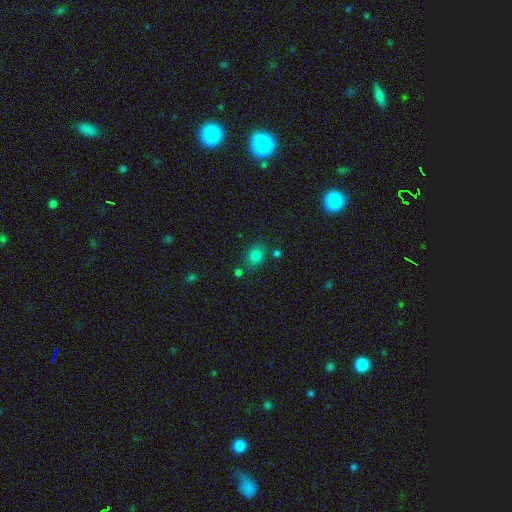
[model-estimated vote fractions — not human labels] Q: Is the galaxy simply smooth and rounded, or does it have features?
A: smooth — 80%.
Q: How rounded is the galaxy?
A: round — 50%.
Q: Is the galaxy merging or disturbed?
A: none — 73%.